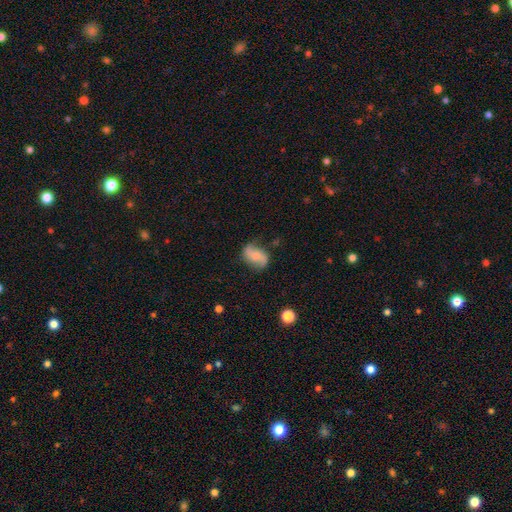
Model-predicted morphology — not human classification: Overall: featured or disk (52%; smooth 40%). Edge-on disk: no (96%). Merging: none (69%).